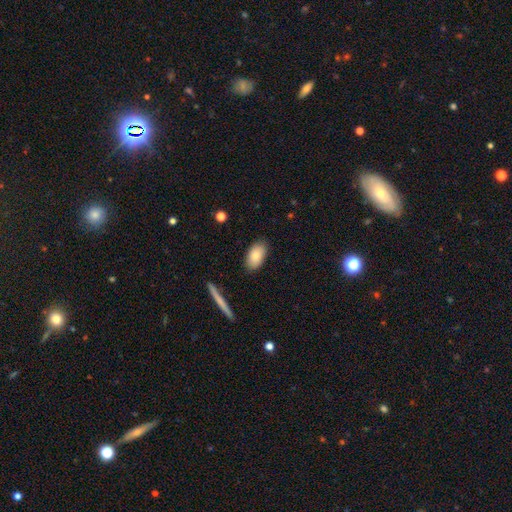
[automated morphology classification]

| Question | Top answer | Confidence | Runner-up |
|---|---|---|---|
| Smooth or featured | smooth | 82% | featured or disk (11%) |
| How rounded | in between | 92% | round (5%) |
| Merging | none | 86% | minor disturbance (10%) |